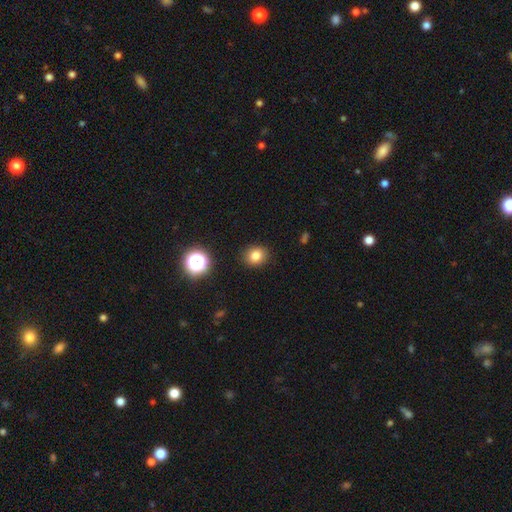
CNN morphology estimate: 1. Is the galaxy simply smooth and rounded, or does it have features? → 80% smooth, 13% star or artifact, 7% featured or disk.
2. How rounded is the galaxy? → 72% round, 27% in between, 1% cigar-shaped.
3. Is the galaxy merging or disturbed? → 89% none, 7% minor disturbance, 2% major disturbance, 1% merger.